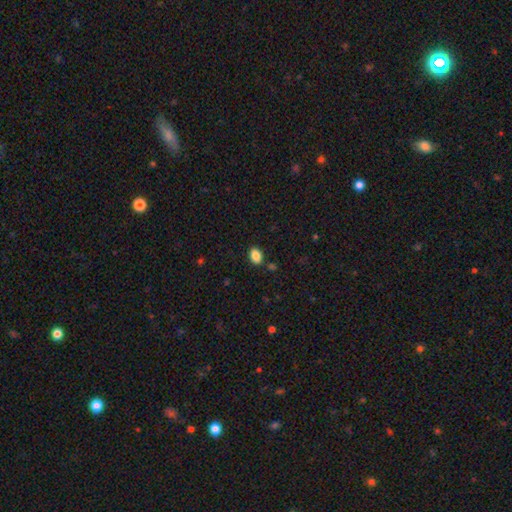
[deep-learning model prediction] Morphology: type=smooth (86%); roundness=in between (85%); merging=none (85%).